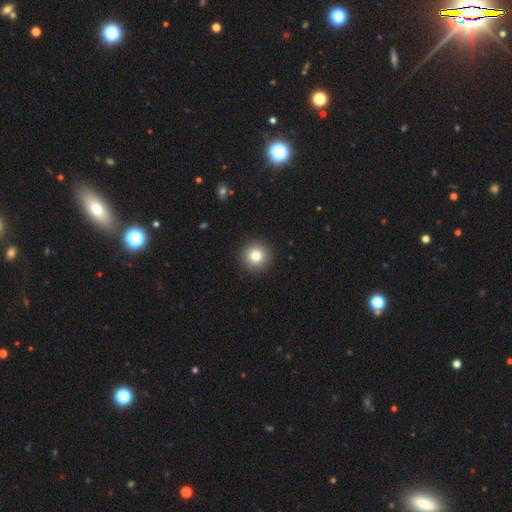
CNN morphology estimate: type=smooth (82%); roundness=round (95%); merging=none (93%).